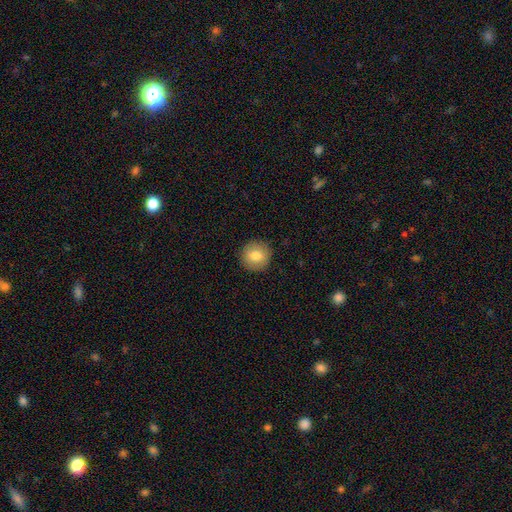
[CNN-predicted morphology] Smooth or featured? Predicted: smooth (p=0.81). How rounded? Predicted: round (p=0.94). Merging? Predicted: none (p=0.92).